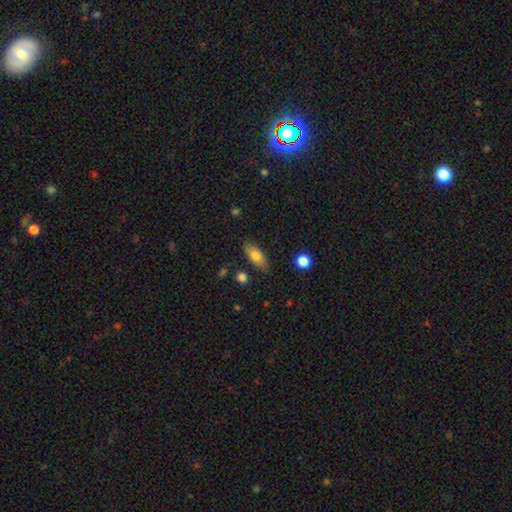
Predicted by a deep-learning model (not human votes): This is likely a smooth galaxy (74%). How rounded: likely in between (80%). Merging: clearly none (82%).